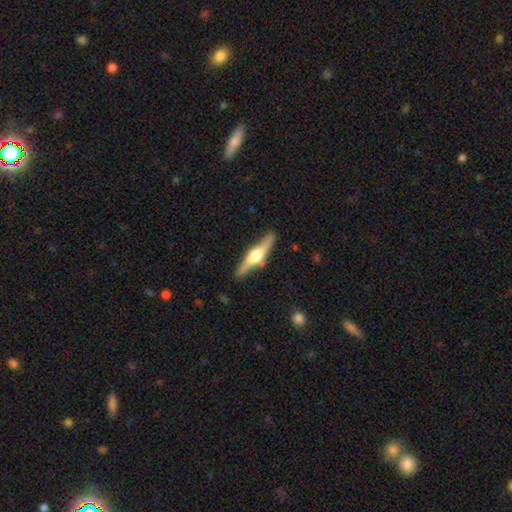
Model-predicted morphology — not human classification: A featured or disk galaxy (70%) viewed edge-on (95%) with a rounded central bulge (93%). Merging: none (87%).